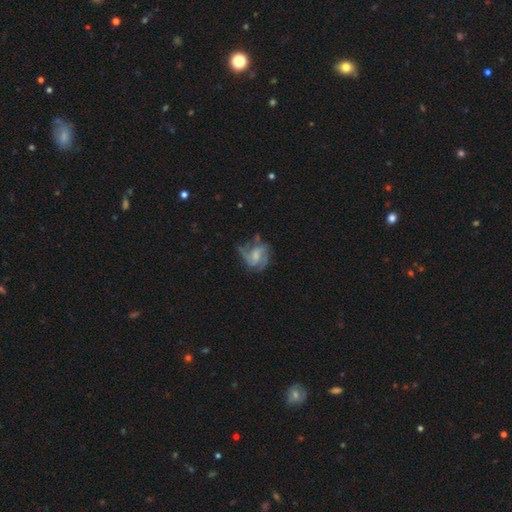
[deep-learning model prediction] Smooth or featured? featured or disk (76%)
Edge-on disk? no (98%)
Bar? no (47%)
Spiral arms? yes (89%)
Spiral winding? medium (46%)
Spiral arm count? 3 (34%)
Bulge size? moderate (40%)
Merging? none (52%)